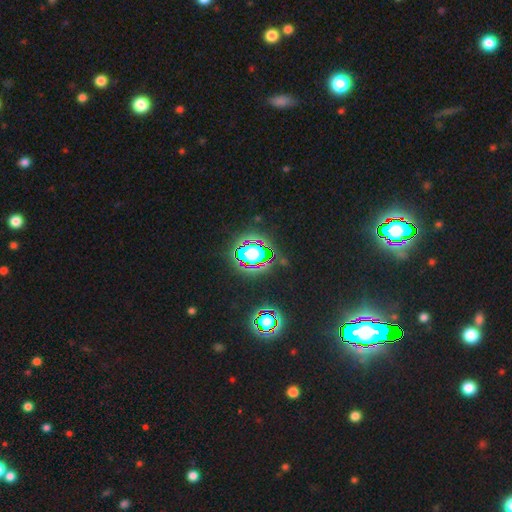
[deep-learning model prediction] This is likely a star or artifact rather than a galaxy (62%).